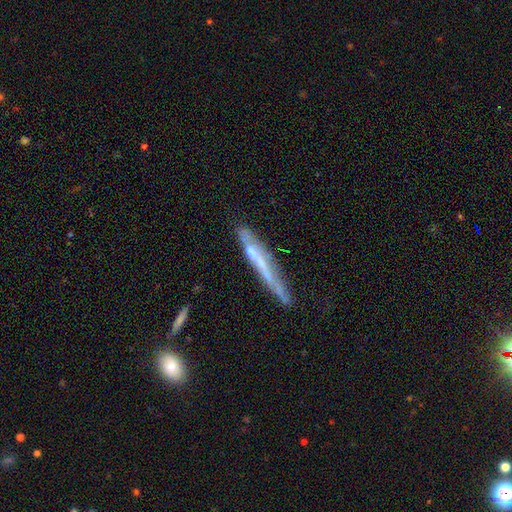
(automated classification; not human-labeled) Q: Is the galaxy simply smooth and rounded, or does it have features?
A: featured or disk — 59%.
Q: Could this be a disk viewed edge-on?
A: yes — 82%.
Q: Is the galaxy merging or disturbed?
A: none — 58%.